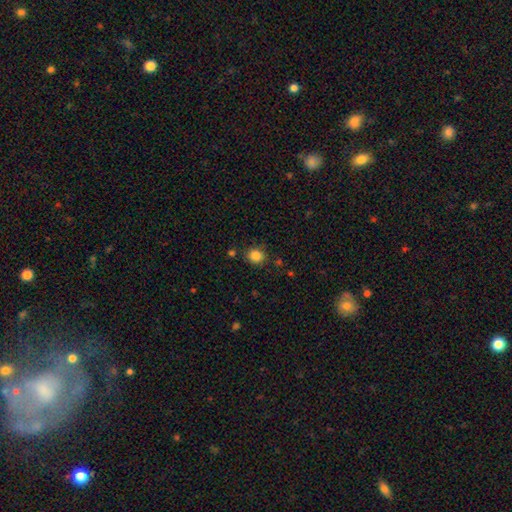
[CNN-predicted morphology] Q: Smooth or featured?
A: smooth (85%); runner-up: star or artifact (11%)
Q: How rounded?
A: round (77%); runner-up: in between (22%)
Q: Merging?
A: none (84%); runner-up: minor disturbance (10%)